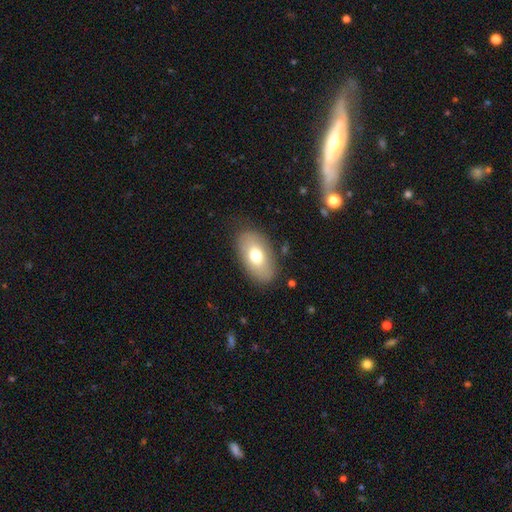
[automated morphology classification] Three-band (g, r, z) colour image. It shows a smooth galaxy with no disk features (70%) that is in between round and cigar-shaped (92%). Merging: none (82%).